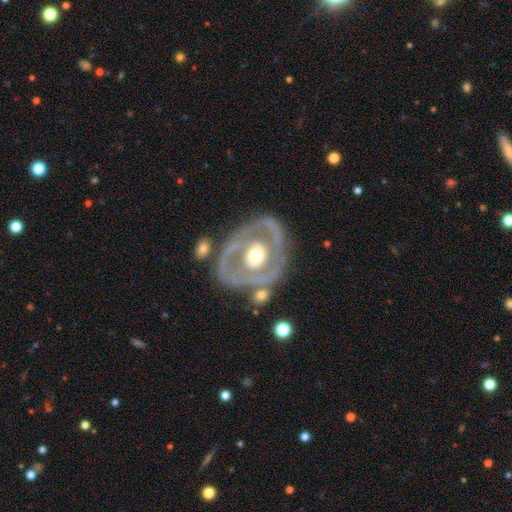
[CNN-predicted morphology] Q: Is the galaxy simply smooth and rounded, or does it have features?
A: featured or disk — 75%.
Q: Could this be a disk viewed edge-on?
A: no — 95%.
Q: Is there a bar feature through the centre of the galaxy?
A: no — 76%.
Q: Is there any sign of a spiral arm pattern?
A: no — 60%.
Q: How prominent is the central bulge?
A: moderate — 71%.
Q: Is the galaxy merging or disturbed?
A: none — 64%.